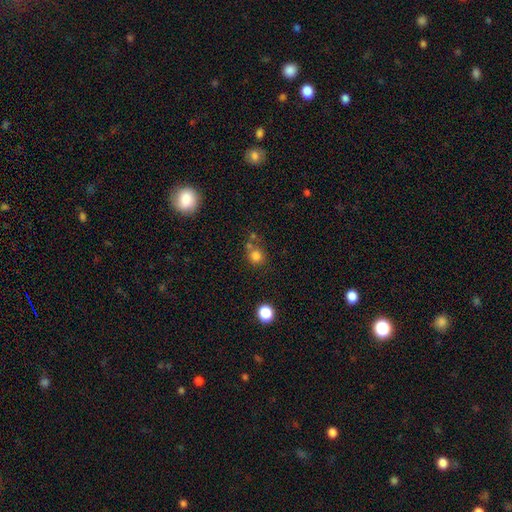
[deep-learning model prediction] The model was most divided on "merging": none: 60%, merger: 22%, minor disturbance: 12%, major disturbance: 6%. More confident: how rounded — round (85%); smooth or featured — smooth (78%).